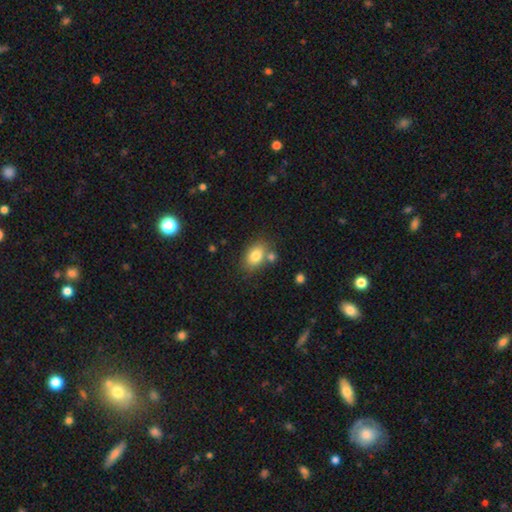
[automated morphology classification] type=smooth (81%); roundness=in between (82%); merging=none (66%).